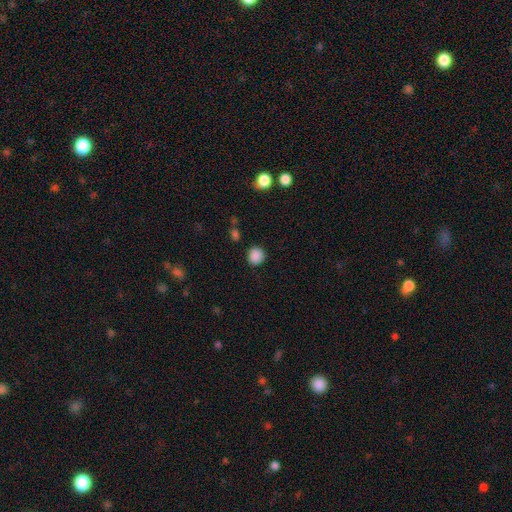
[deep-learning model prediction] Smooth or featured? Predicted: smooth (p=0.87). How rounded? Predicted: round (p=0.86). Merging? Predicted: none (p=0.86).